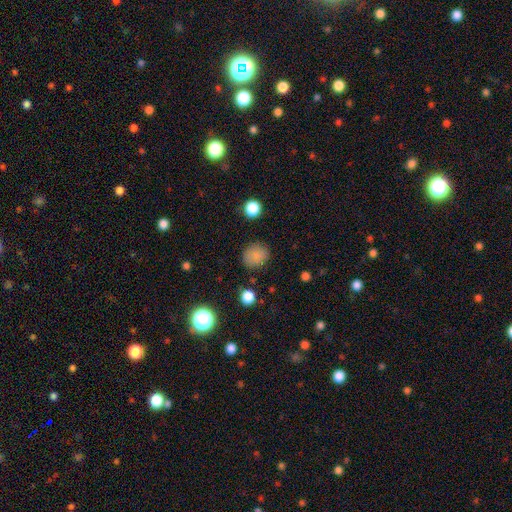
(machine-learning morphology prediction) A smooth galaxy with no disk features (82%) that is round (82%). Merging: none (83%).